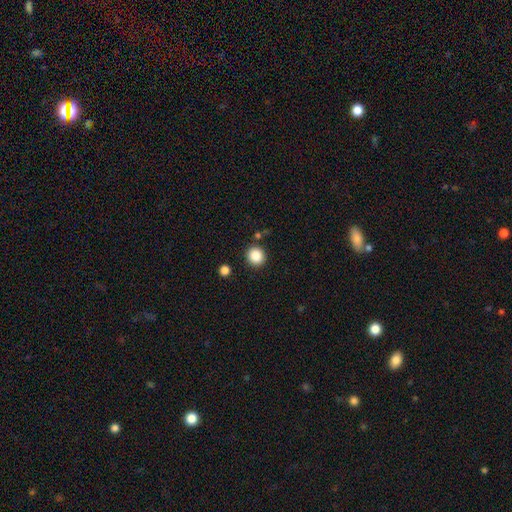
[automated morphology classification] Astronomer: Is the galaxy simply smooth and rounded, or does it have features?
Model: smooth — 87%.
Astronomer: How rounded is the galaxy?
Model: round — 90%.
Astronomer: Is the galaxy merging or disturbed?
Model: none — 88%.